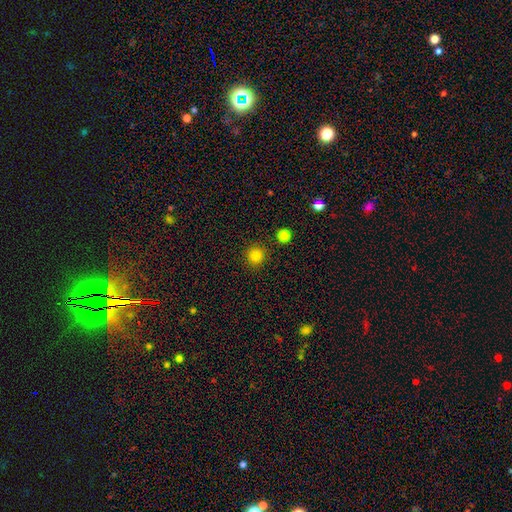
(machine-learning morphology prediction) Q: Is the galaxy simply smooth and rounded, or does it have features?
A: smooth — 83%.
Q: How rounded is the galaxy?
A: round — 94%.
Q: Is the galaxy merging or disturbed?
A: none — 91%.